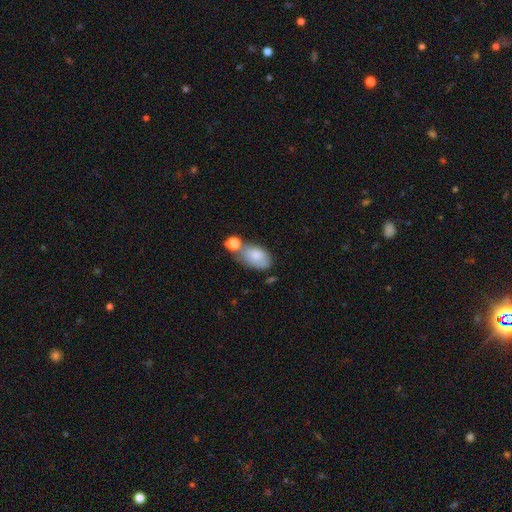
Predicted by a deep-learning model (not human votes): Morphology: type=smooth (76%); roundness=in between (90%); merging=none (38%).